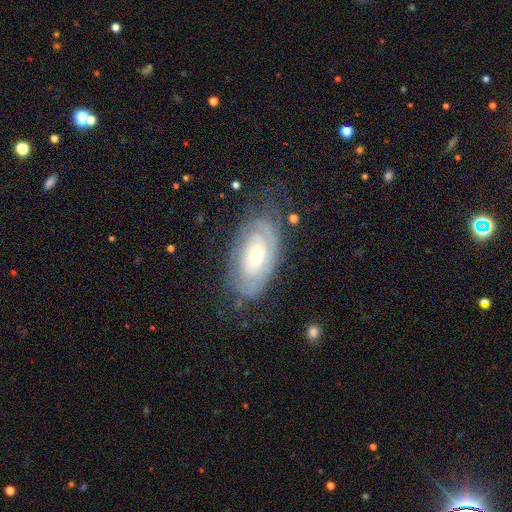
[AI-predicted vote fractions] featured or disk 75%, smooth 18%, star or artifact 7%. Down the decision tree: edge-on disk — no (93%); bar — no (75%); spiral arms — yes (85%); spiral arm count — can't tell (53%); spiral winding — tight (75%); bulge size — small (62%); merging — none (64%).